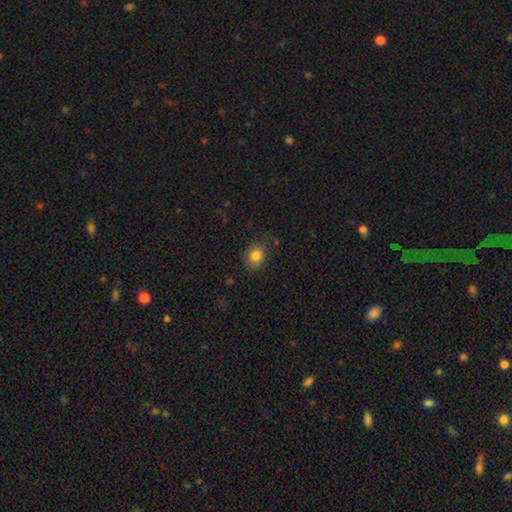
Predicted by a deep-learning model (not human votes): Smooth or featured?
  - smooth: 82% *
  - star or artifact: 11%
  - featured or disk: 7%
How rounded?
  - round: 64% *
  - in between: 35%
  - cigar-shaped: 1%
Merging?
  - none: 82% *
  - minor disturbance: 14%
  - major disturbance: 4%
  - merger: 1%